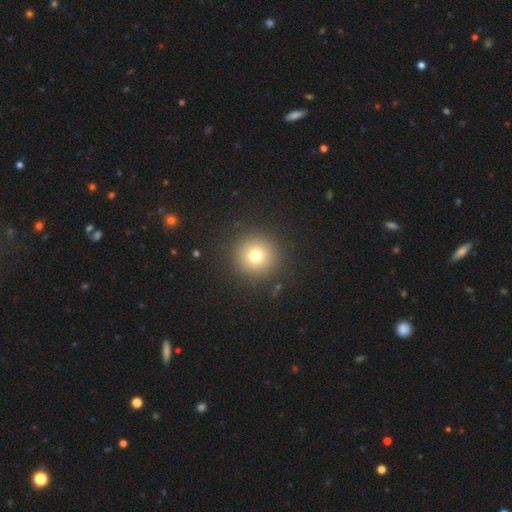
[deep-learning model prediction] Q: Smooth or featured?
A: smooth (74%); runner-up: star or artifact (15%)
Q: How rounded?
A: round (96%); runner-up: in between (4%)
Q: Merging?
A: none (91%); runner-up: minor disturbance (5%)